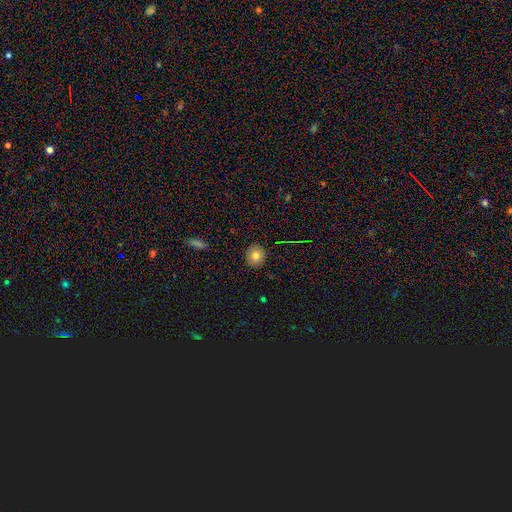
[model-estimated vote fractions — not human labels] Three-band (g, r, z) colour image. It shows a smooth galaxy with no disk features (78%) that is round (86%). Merging: none (90%).